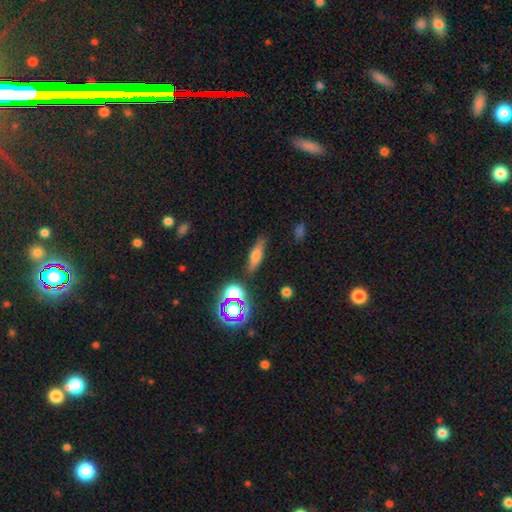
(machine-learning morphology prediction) type=smooth (58%); roundness=cigar-shaped (51%); merging=none (80%).